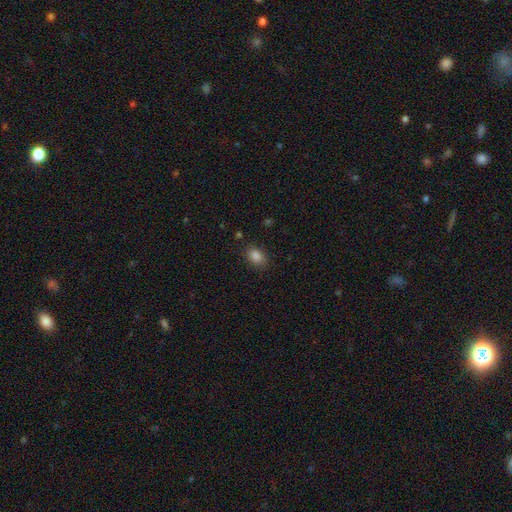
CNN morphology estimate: Q: Smooth or featured?
A: smooth (85%); runner-up: star or artifact (11%)
Q: How rounded?
A: in between (76%); runner-up: round (23%)
Q: Merging?
A: none (83%); runner-up: minor disturbance (13%)